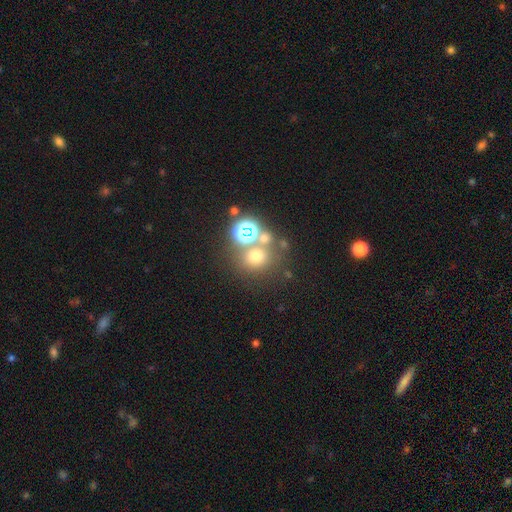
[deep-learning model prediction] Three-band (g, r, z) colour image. It shows a smooth galaxy with no disk features (60%) that is round (82%). Merging: none (63%).